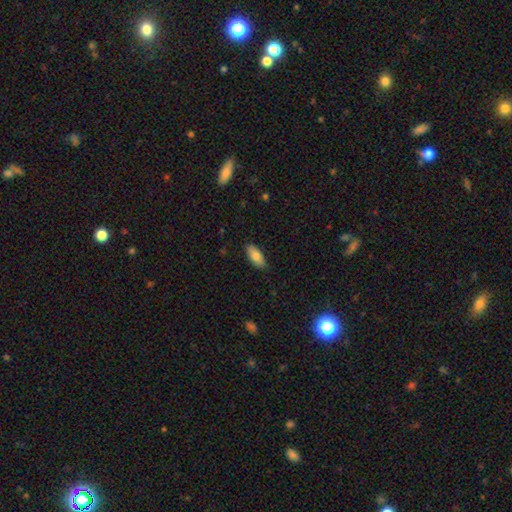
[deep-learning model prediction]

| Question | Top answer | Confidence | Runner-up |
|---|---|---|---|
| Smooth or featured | smooth | 82% | featured or disk (11%) |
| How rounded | in between | 85% | cigar-shaped (13%) |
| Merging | none | 87% | minor disturbance (10%) |